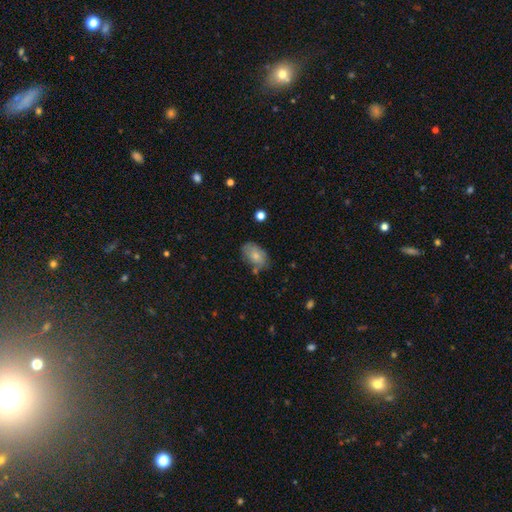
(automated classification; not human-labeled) smooth 75%, featured or disk 18%, star or artifact 7%. Down the decision tree: how rounded — in between (89%); merging — none (60%).